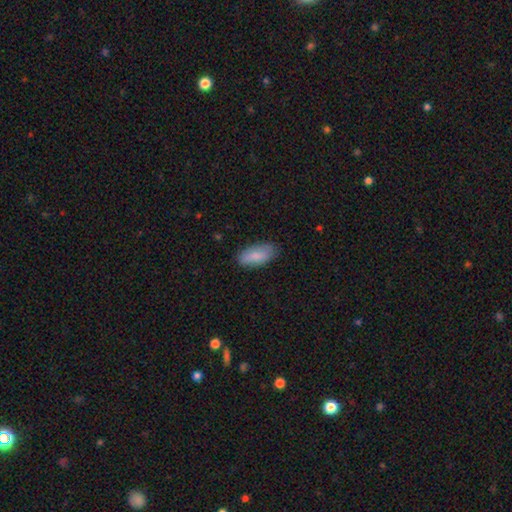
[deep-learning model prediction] Smooth or featured?
  - smooth: 84% *
  - featured or disk: 10%
  - star or artifact: 6%
How rounded?
  - in between: 89% *
  - cigar-shaped: 9%
  - round: 2%
Merging?
  - none: 79% *
  - minor disturbance: 16%
  - major disturbance: 3%
  - merger: 1%